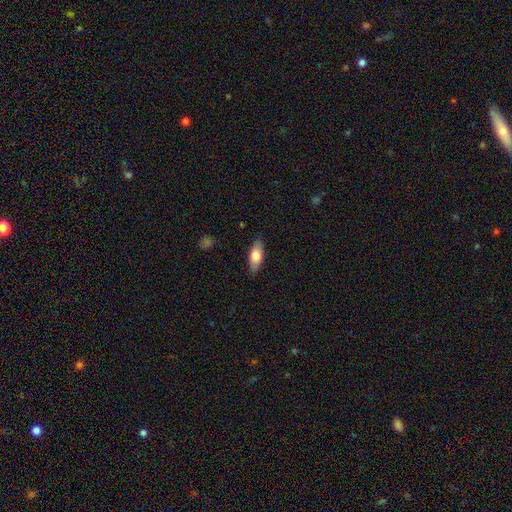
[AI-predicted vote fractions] A smooth galaxy with no disk features (75%) that is in between round and cigar-shaped (81%). Merging: none (86%).